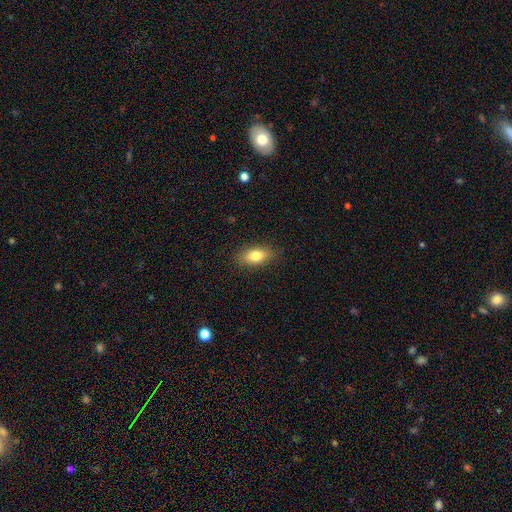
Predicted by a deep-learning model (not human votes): Smooth or featured? Predicted: smooth (p=0.80). How rounded? Predicted: in between (p=0.85). Merging? Predicted: none (p=0.86).